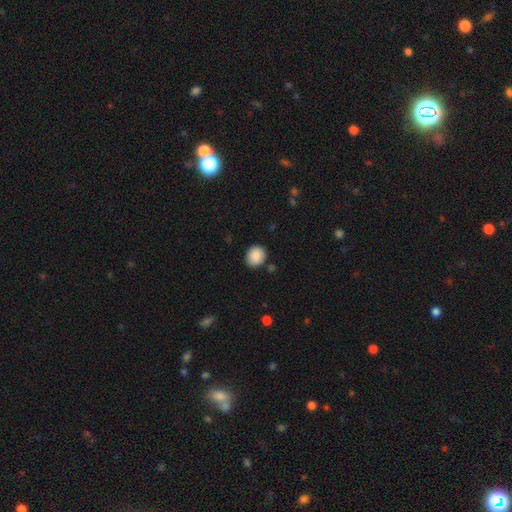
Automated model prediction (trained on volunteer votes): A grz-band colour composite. It shows a smooth galaxy with no disk features (89%) that is round (76%). Merging: none (85%).